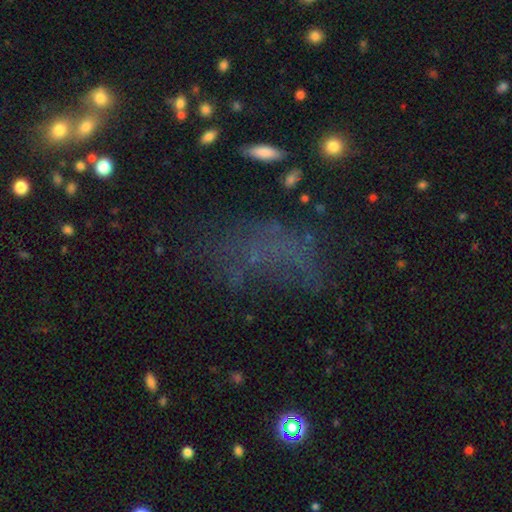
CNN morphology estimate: Overall: star or artifact (39%; smooth 37%).